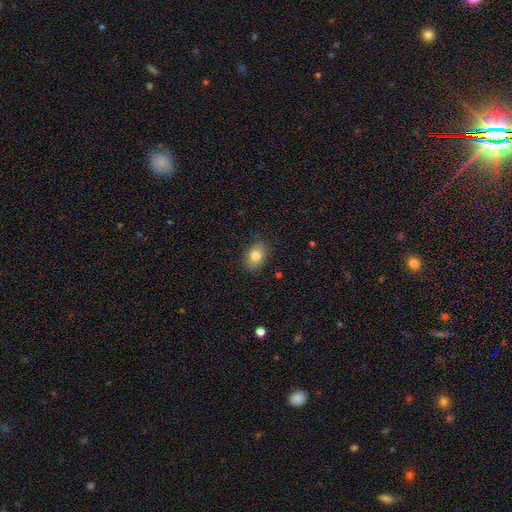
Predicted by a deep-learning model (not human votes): Smooth or featured?
  - smooth: 79% *
  - featured or disk: 13%
  - star or artifact: 8%
How rounded?
  - in between: 79% *
  - round: 19%
  - cigar-shaped: 1%
Merging?
  - none: 84% *
  - minor disturbance: 13%
  - major disturbance: 3%
  - merger: 1%